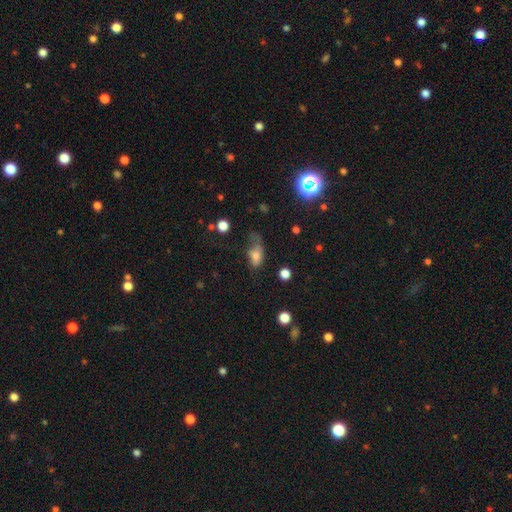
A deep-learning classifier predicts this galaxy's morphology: A smooth galaxy with no disk features (69%) that is in between round and cigar-shaped (82%). Merging: major disturbance (39%).